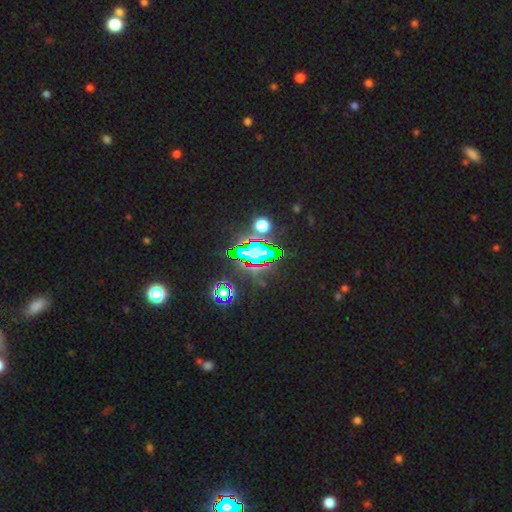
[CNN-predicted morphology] Smooth or featured? Predicted: star or artifact (p=0.71).